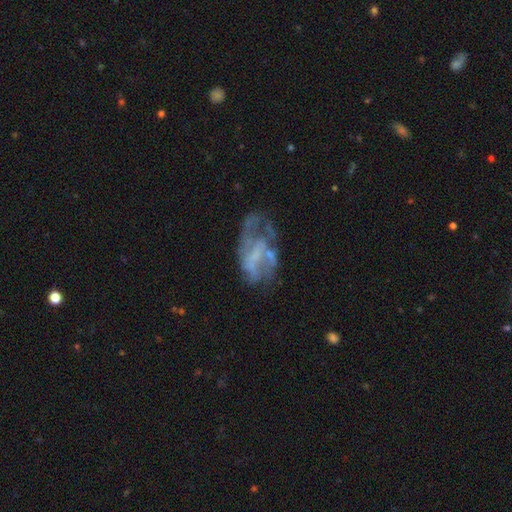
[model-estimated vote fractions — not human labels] Morphology: type=featured or disk (70%); edge-on=no (97%); bar=no (57%); spiral arms=no (54%); bulge=none (62%); merging=none (39%).